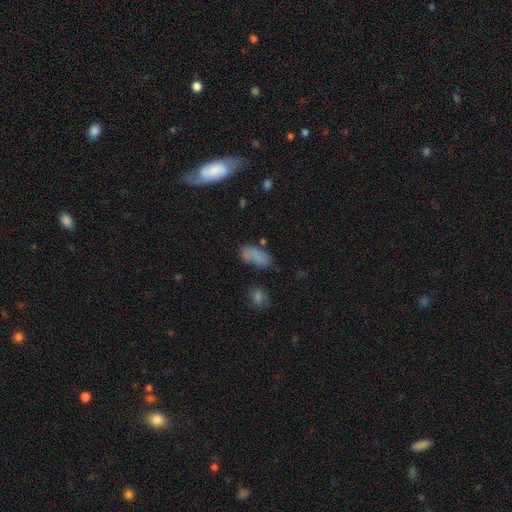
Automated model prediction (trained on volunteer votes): Morphology: type=smooth (77%); roundness=in between (89%); merging=none (61%).